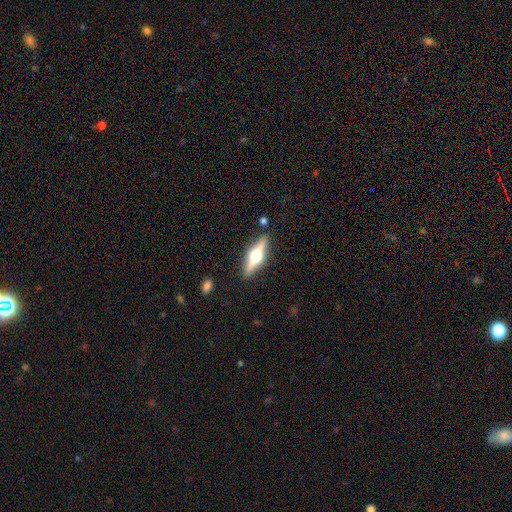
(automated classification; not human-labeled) smooth_or_featured: featured or disk (p=0.72) [alt: smooth p=0.23]
disk_edge_on: yes (p=0.97) [alt: no p=0.03]
edge_on_bulge: rounded (p=0.96) [alt: boxy p=0.03]
merging: none (p=0.88) [alt: minor disturbance p=0.08]